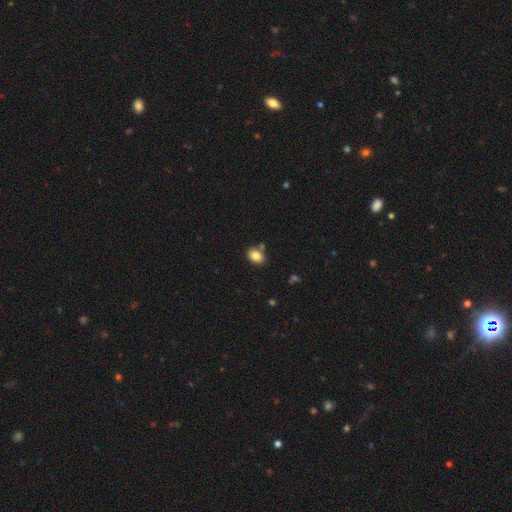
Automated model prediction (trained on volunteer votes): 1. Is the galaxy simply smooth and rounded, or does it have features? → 84% smooth, 9% star or artifact, 7% featured or disk.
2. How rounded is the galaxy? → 68% in between, 31% round, 1% cigar-shaped.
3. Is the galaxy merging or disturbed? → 73% none, 13% minor disturbance, 11% merger, 3% major disturbance.